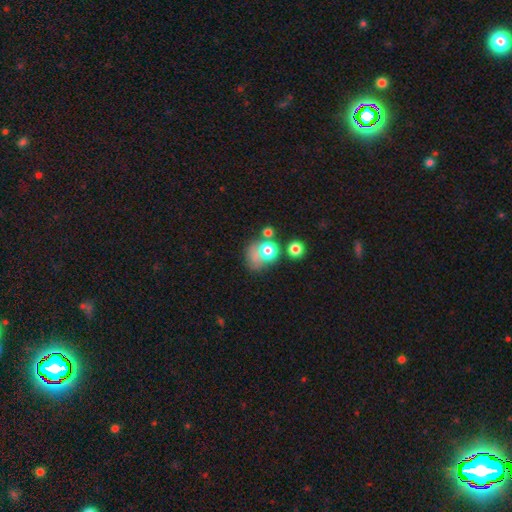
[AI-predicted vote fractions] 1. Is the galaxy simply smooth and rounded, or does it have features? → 67% smooth, 19% featured or disk, 14% star or artifact.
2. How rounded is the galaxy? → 58% round, 41% in between, 1% cigar-shaped.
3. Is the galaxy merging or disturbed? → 29% none, 26% merger, 26% major disturbance, 19% minor disturbance.